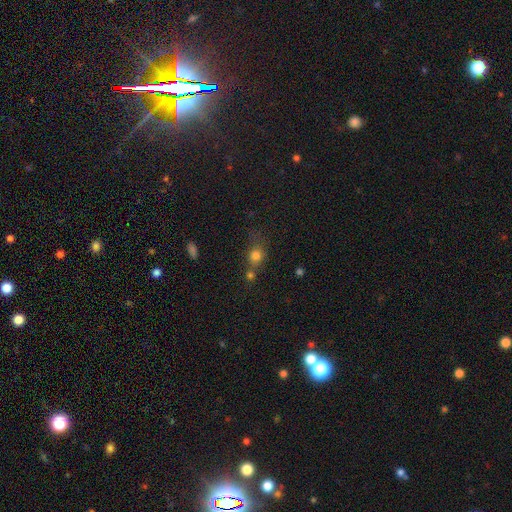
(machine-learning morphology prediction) smooth-or-featured: smooth: 76% | star or artifact: 14% | featured or disk: 10%
  how-rounded: round: 70% | in between: 28% | cigar-shaped: 2%
  merging: none: 46% | merger: 31% | minor disturbance: 15% | major disturbance: 8%